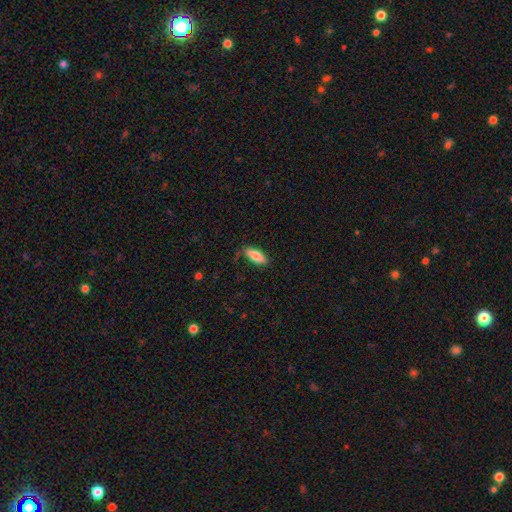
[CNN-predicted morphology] Smooth or featured: smooth — 83% (featured or disk — 11%)
How rounded: in between — 68% (cigar-shaped — 30%)
Merging: none — 79% (minor disturbance — 16%)